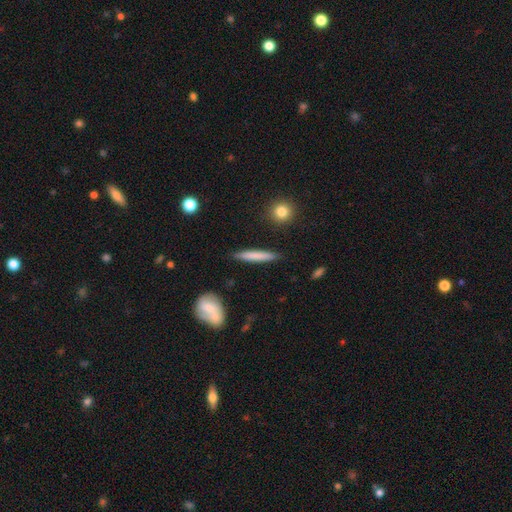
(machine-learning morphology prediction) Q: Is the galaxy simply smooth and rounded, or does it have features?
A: smooth — 71%.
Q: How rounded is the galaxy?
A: cigar-shaped — 93%.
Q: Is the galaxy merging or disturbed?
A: none — 89%.